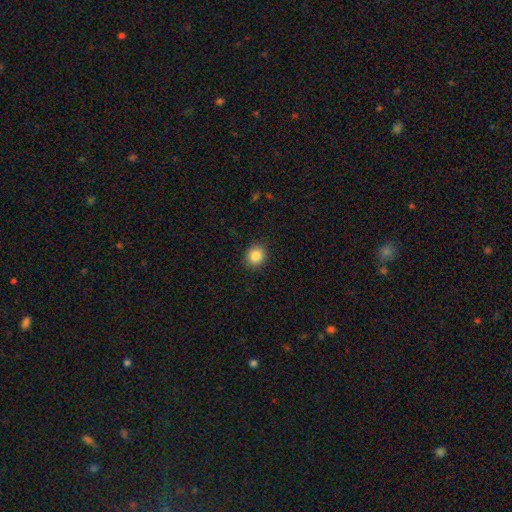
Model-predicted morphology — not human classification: Smooth or featured: smooth — 85% (star or artifact — 10%)
How rounded: round — 83% (in between — 16%)
Merging: none — 90% (minor disturbance — 7%)